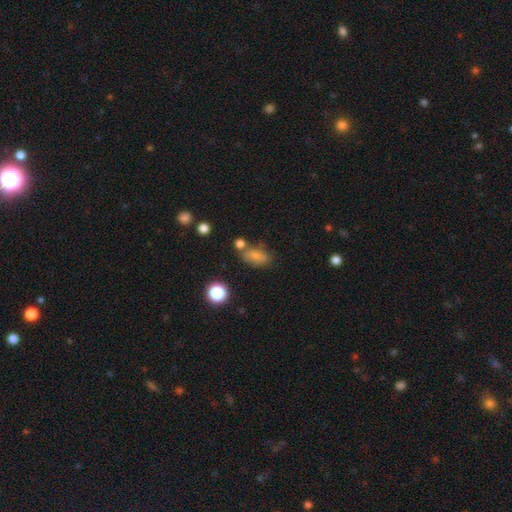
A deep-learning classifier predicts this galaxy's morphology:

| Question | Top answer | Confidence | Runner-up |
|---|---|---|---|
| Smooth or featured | smooth | 77% | star or artifact (13%) |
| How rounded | in between | 84% | round (11%) |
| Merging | none | 58% | minor disturbance (20%) |